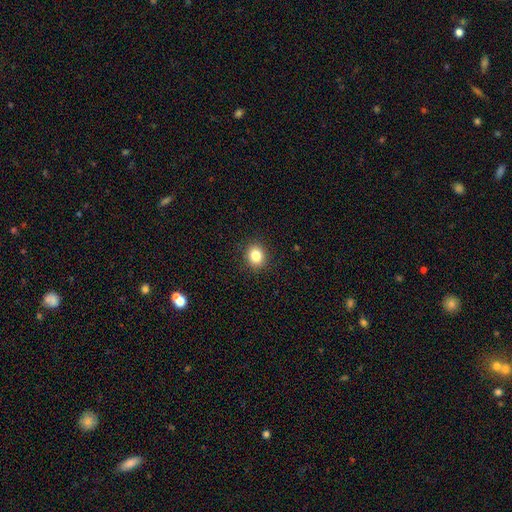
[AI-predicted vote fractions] smooth_or_featured: smooth (p=0.84) [alt: star or artifact p=0.11]
how_rounded: round (p=0.71) [alt: in between p=0.28]
merging: none (p=0.91) [alt: minor disturbance p=0.06]